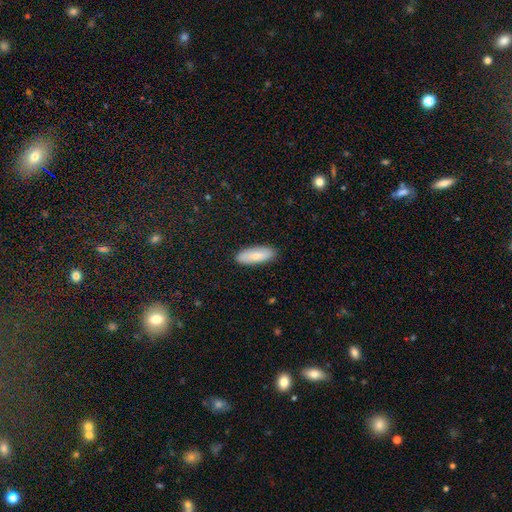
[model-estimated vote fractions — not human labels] Smooth or featured?
  - smooth: 74% *
  - featured or disk: 20%
  - star or artifact: 6%
How rounded?
  - in between: 69% *
  - cigar-shaped: 29%
  - round: 2%
Merging?
  - none: 89% *
  - minor disturbance: 8%
  - major disturbance: 2%
  - merger: 1%